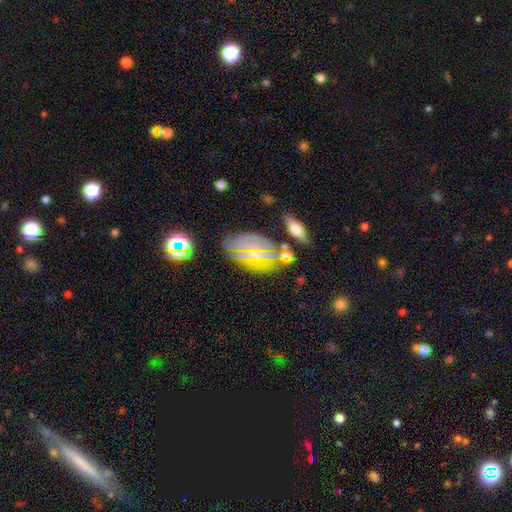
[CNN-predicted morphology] smooth_or_featured: featured or disk (p=0.46) [alt: star or artifact p=0.28]
merging: none (p=0.65) [alt: minor disturbance p=0.16]